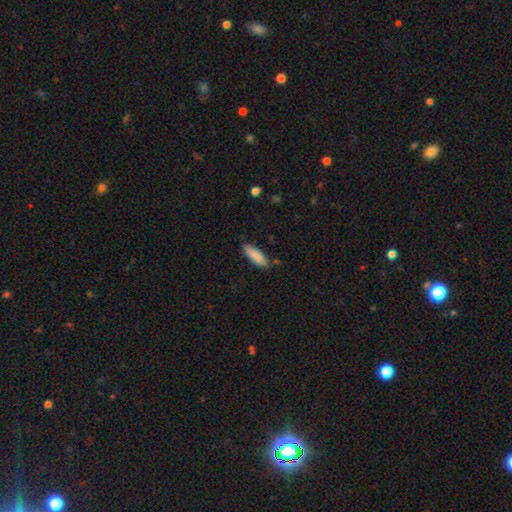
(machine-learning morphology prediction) type=smooth (87%); roundness=cigar-shaped (50%); merging=none (83%).